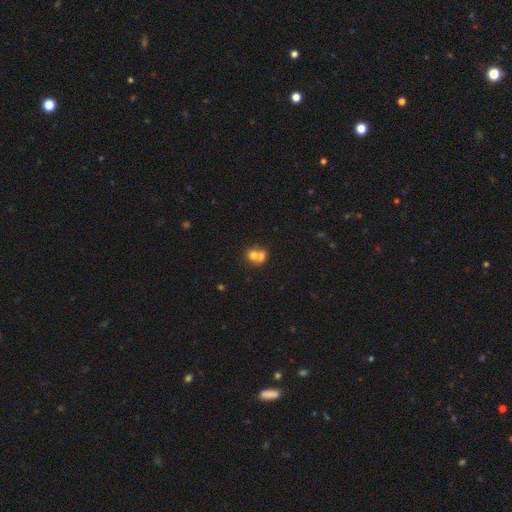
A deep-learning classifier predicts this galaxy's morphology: Q: Smooth or featured?
A: smooth (68%); runner-up: featured or disk (21%)
Q: How rounded?
A: round (68%); runner-up: in between (31%)
Q: Merging?
A: merger (66%); runner-up: none (25%)